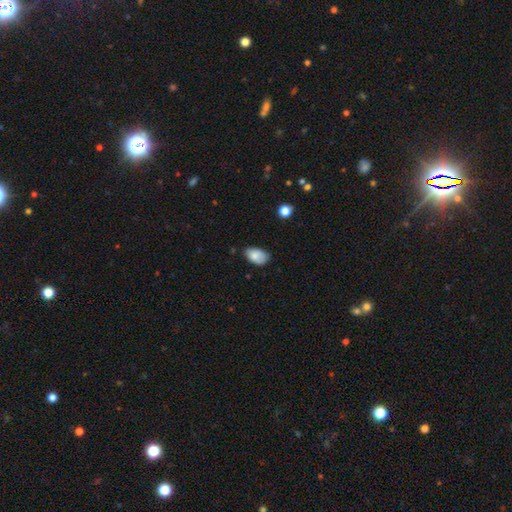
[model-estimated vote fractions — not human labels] Overall: smooth (81%). How rounded: in between (91%). Merging: none (59%; minor disturbance 33%).